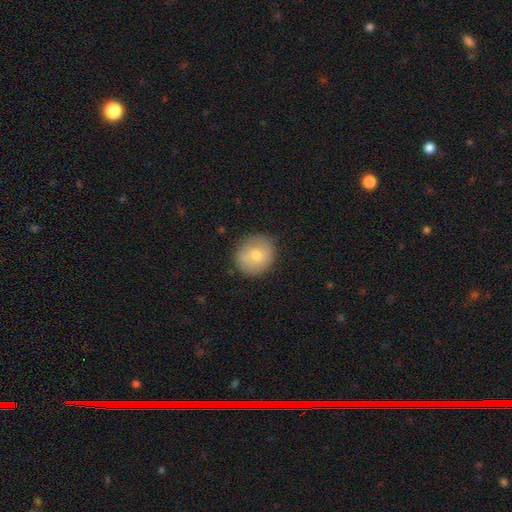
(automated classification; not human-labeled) Smooth or featured? Predicted: smooth (p=0.74). How rounded? Predicted: round (p=0.87). Merging? Predicted: none (p=0.82).